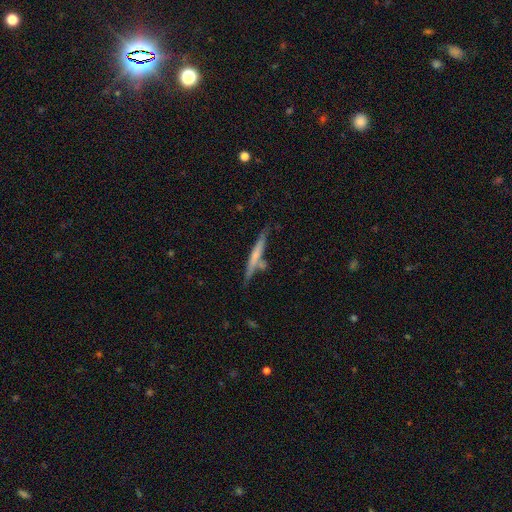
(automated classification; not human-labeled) A featured or disk galaxy (49%). Merging: none (67%).